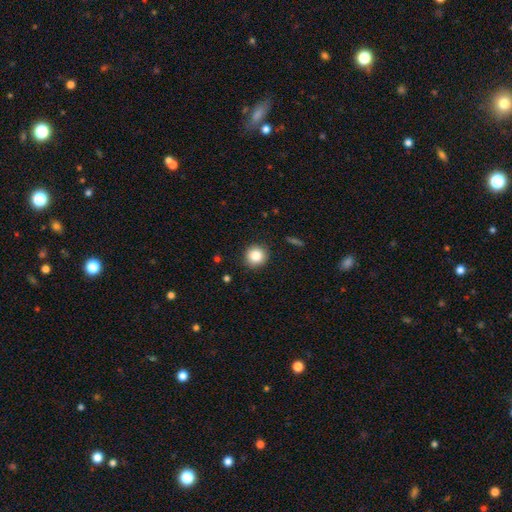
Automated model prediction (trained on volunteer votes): smooth_or_featured: smooth (p=0.85) [alt: star or artifact p=0.09]
how_rounded: round (p=0.92) [alt: in between p=0.07]
merging: none (p=0.91) [alt: minor disturbance p=0.06]